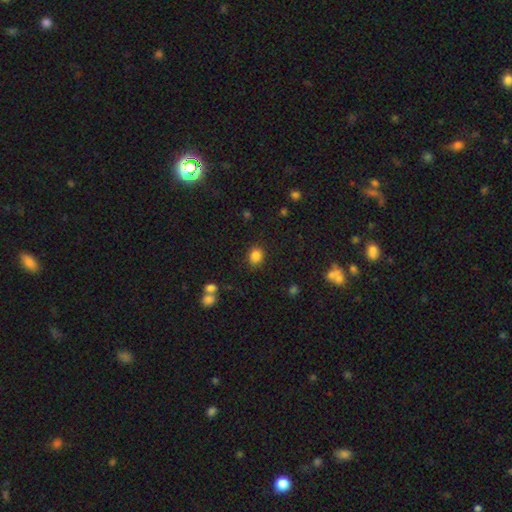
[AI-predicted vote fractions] Smooth or featured?
  - smooth: 85% *
  - star or artifact: 11%
  - featured or disk: 4%
How rounded?
  - round: 59% *
  - in between: 40%
  - cigar-shaped: 1%
Merging?
  - none: 85% *
  - minor disturbance: 10%
  - major disturbance: 3%
  - merger: 2%